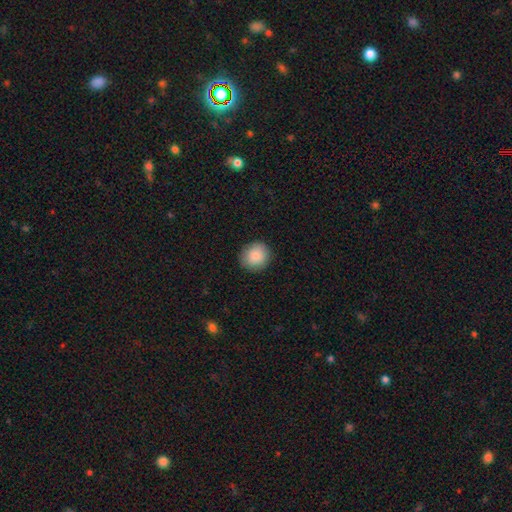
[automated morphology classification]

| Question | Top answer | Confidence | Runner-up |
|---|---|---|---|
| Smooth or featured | smooth | 88% | star or artifact (8%) |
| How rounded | round | 84% | in between (15%) |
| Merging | none | 89% | minor disturbance (8%) |